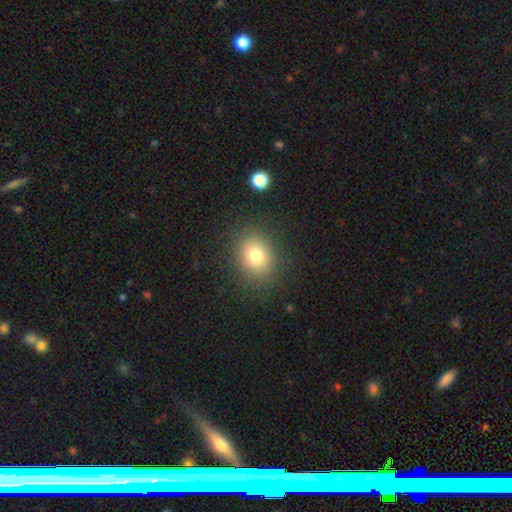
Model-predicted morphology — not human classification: Smooth or featured? Predicted: smooth (p=0.79). How rounded? Predicted: round (p=0.55). Merging? Predicted: none (p=0.85).